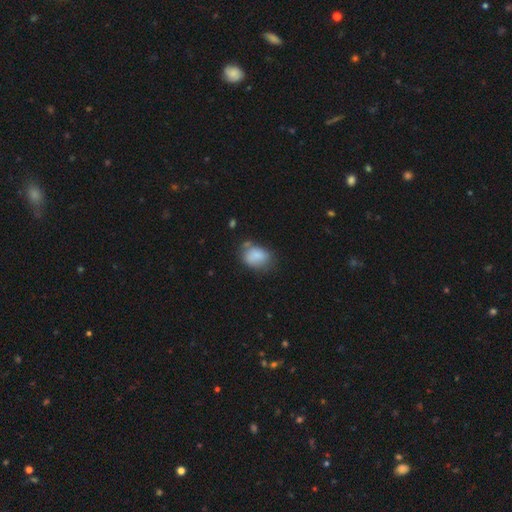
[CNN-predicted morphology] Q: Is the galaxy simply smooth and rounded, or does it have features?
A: smooth — 82%.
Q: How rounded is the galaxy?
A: in between — 73%.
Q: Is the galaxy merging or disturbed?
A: none — 53%.